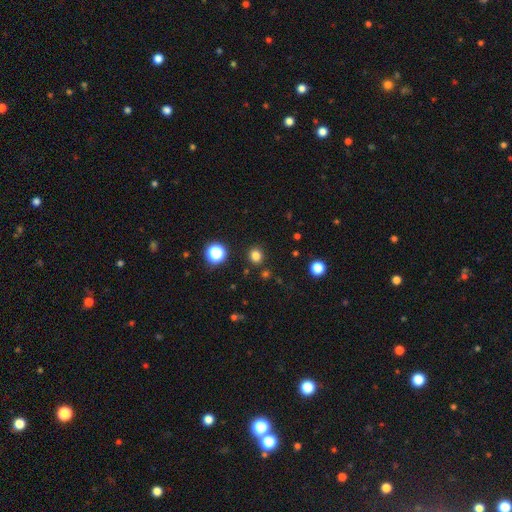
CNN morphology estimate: Q: Smooth or featured?
A: smooth (80%); runner-up: star or artifact (16%)
Q: How rounded?
A: round (79%); runner-up: in between (21%)
Q: Merging?
A: none (88%); runner-up: minor disturbance (7%)